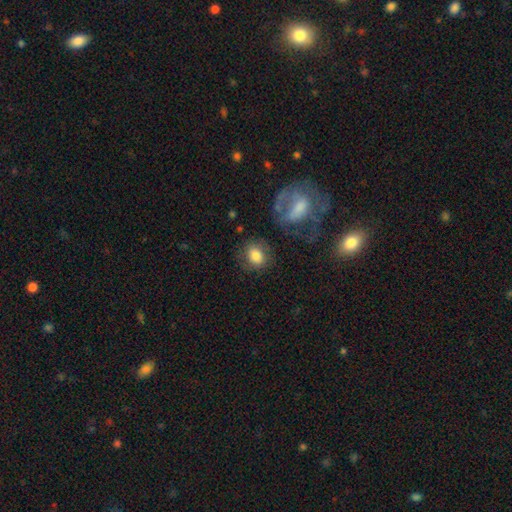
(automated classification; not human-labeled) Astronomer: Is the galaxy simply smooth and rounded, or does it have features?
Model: smooth — 79%.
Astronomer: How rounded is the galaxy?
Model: round — 55% (runner-up: in between, 44%).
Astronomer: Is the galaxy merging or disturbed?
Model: none — 73%.